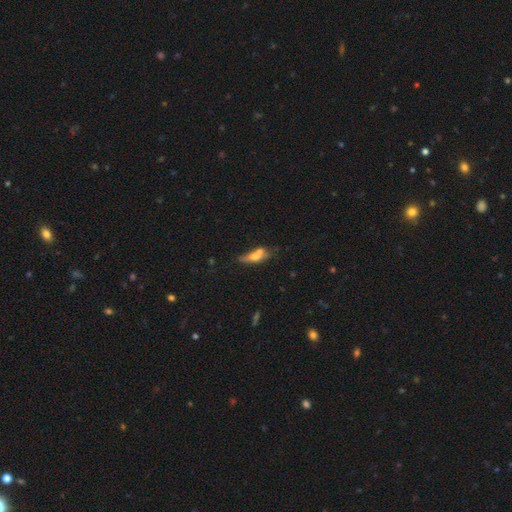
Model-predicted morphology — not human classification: smooth 53%, featured or disk 38%, star or artifact 9%. Down the decision tree: how rounded — in between (57%); merging — none (38%).